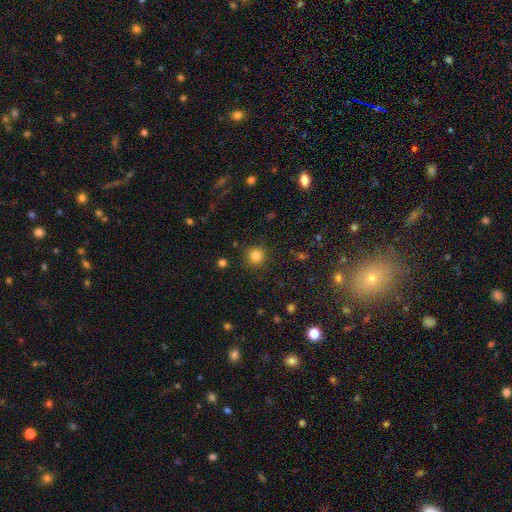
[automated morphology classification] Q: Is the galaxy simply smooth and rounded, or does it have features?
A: smooth — 82%.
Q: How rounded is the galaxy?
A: round — 95%.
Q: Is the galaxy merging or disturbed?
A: none — 90%.